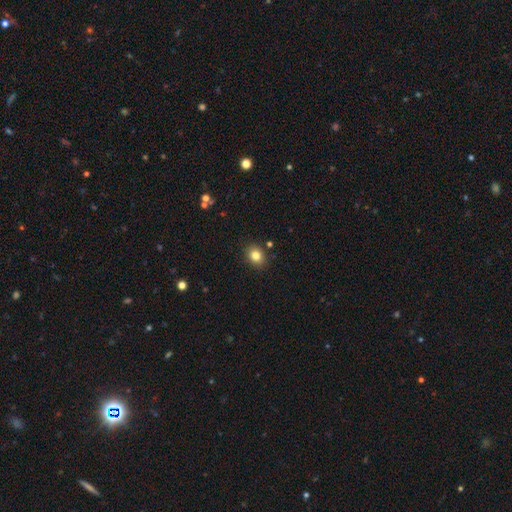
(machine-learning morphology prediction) smooth 81%, star or artifact 11%, featured or disk 7%. Down the decision tree: how rounded — round (59%); merging — none (87%).